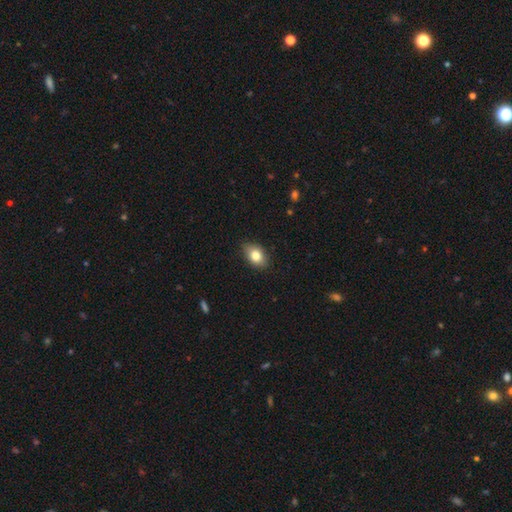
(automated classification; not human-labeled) Q: Smooth or featured?
A: smooth (82%); runner-up: featured or disk (10%)
Q: How rounded?
A: in between (80%); runner-up: round (18%)
Q: Merging?
A: none (81%); runner-up: minor disturbance (16%)